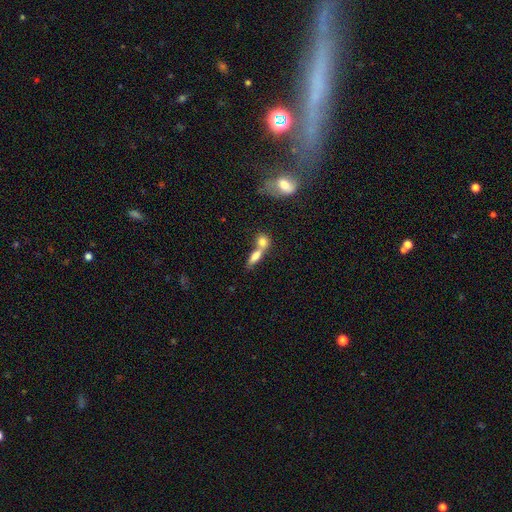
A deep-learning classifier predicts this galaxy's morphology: smooth_or_featured: smooth (p=0.73) [alt: featured or disk p=0.19]
how_rounded: in between (p=0.55) [alt: cigar-shaped p=0.32]
merging: merger (p=0.60) [alt: none p=0.29]